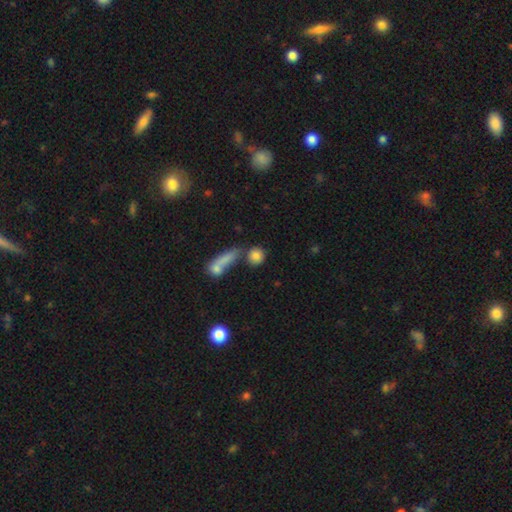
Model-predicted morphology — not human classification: Overall: smooth (82%). How rounded: round (79%). Merging: none (64%).